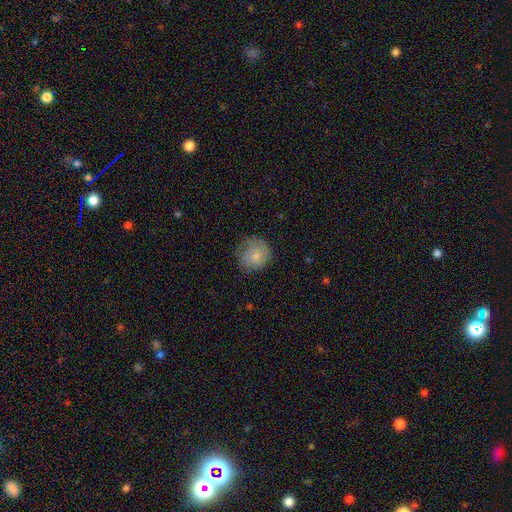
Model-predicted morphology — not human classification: type=smooth (68%); roundness=round (87%); merging=none (64%).